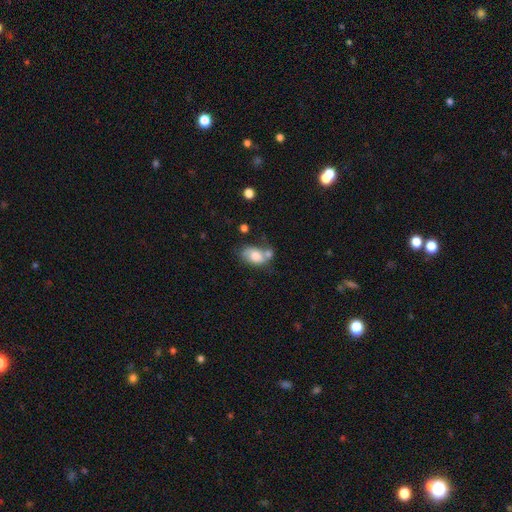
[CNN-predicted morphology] This is likely a smooth galaxy (72%). How rounded: clearly in between (86%). Merging: marginally merger (36%).